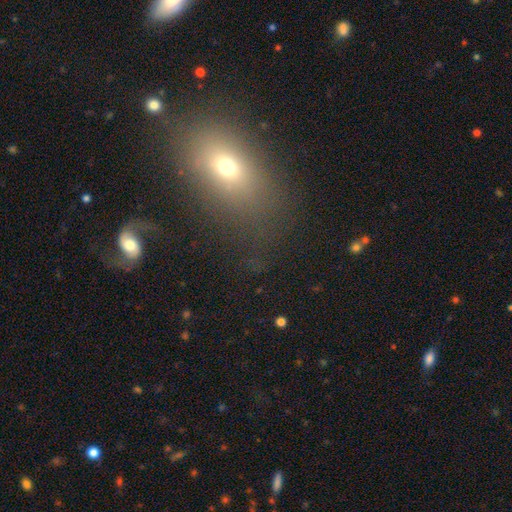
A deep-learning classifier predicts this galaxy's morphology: Overall: smooth (50%; star or artifact 28%). How rounded: in between (66%; round 29%). Merging: none (72%).